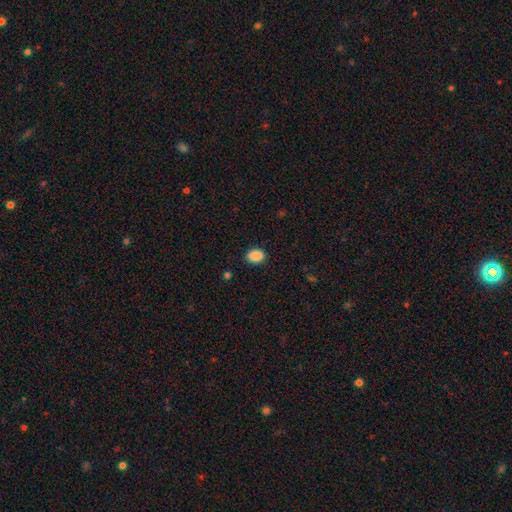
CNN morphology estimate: A smooth galaxy with no disk features (89%) that is in between round and cigar-shaped (63%). Merging: none (87%).